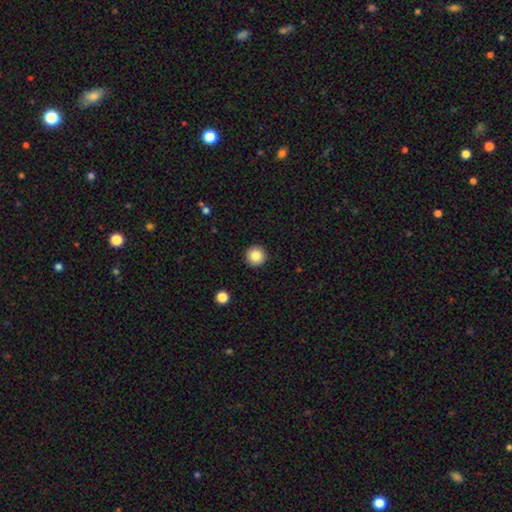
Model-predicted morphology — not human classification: smooth-or-featured: smooth: 84% | star or artifact: 9% | featured or disk: 6%
  how-rounded: round: 96% | in between: 3% | cigar-shaped: 1%
  merging: none: 93% | minor disturbance: 4% | major disturbance: 2% | merger: 1%